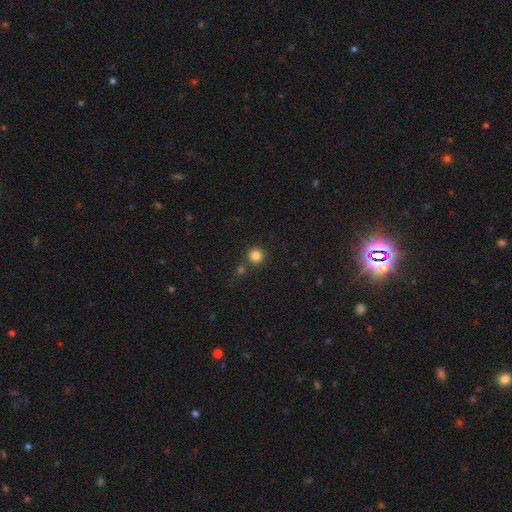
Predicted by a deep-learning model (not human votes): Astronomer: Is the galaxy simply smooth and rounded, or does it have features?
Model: smooth — 83%.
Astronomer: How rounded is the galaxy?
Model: round — 94%.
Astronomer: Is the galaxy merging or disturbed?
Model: none — 78%.